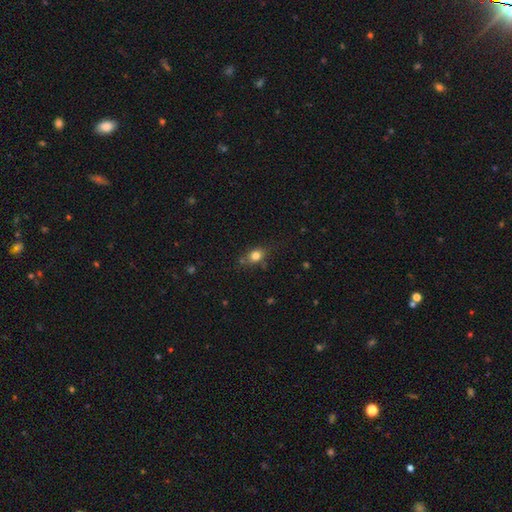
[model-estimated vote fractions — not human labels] smooth 78%, star or artifact 12%, featured or disk 10%. Down the decision tree: how rounded — in between (53%); merging — none (69%).